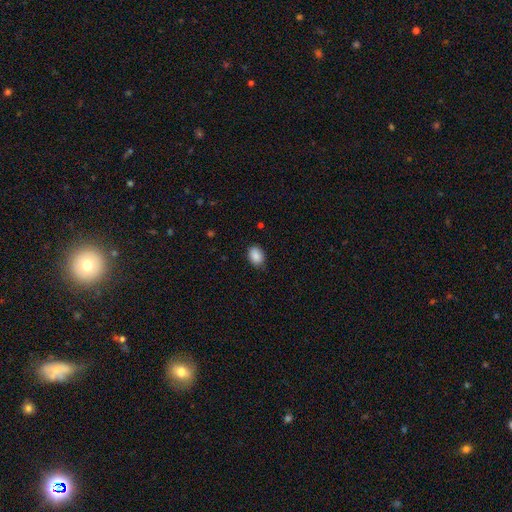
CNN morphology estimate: Overall: smooth (88%). How rounded: in between (78%). Merging: none (79%).